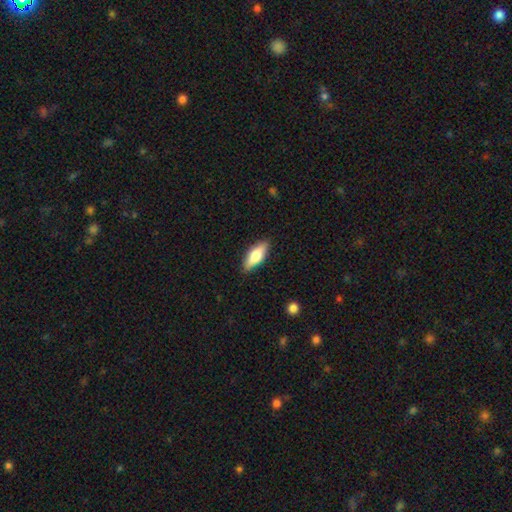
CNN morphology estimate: Smooth or featured?
  - smooth: 66% *
  - featured or disk: 28%
  - star or artifact: 6%
How rounded?
  - in between: 68% *
  - cigar-shaped: 29%
  - round: 2%
Merging?
  - none: 86% *
  - minor disturbance: 11%
  - major disturbance: 2%
  - merger: 1%